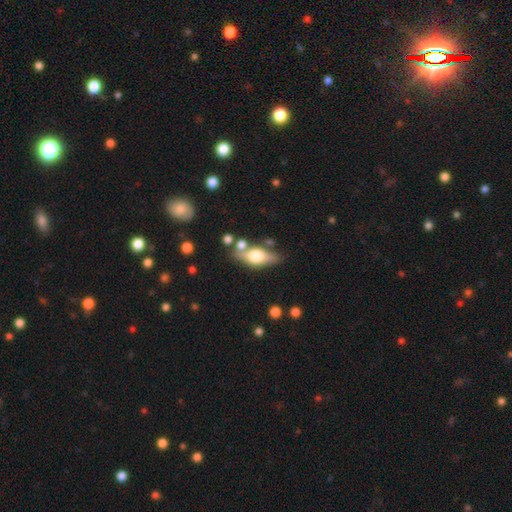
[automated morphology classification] The model was most divided on "smooth or featured": smooth: 47%, featured or disk: 45%, star or artifact: 8%. More confident: merging — none (67%).